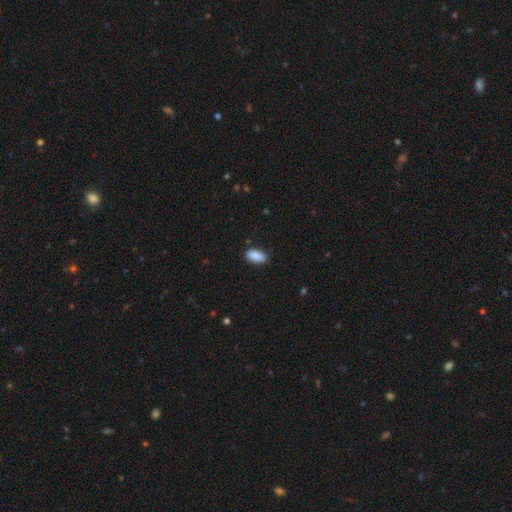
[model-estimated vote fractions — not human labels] The model was most divided on "merging": none: 85%, minor disturbance: 12%, major disturbance: 2%, merger: 1%. More confident: how rounded — in between (91%); smooth or featured — smooth (89%).